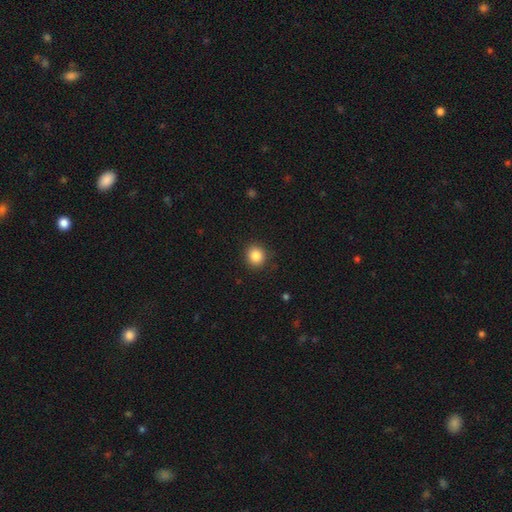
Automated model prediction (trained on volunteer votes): This appears to be a smooth galaxy with no disk features (86%) that is round (88%). Merging: none (90%).